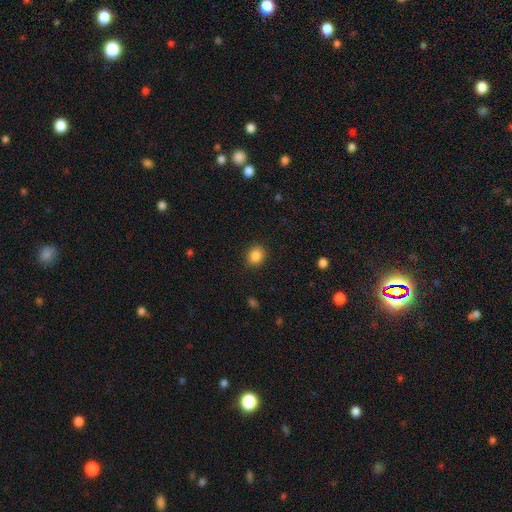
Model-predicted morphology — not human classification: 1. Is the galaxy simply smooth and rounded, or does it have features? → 86% smooth, 10% star or artifact, 4% featured or disk.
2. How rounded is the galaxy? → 70% round, 29% in between, 1% cigar-shaped.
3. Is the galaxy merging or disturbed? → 89% none, 8% minor disturbance, 2% major disturbance, 1% merger.